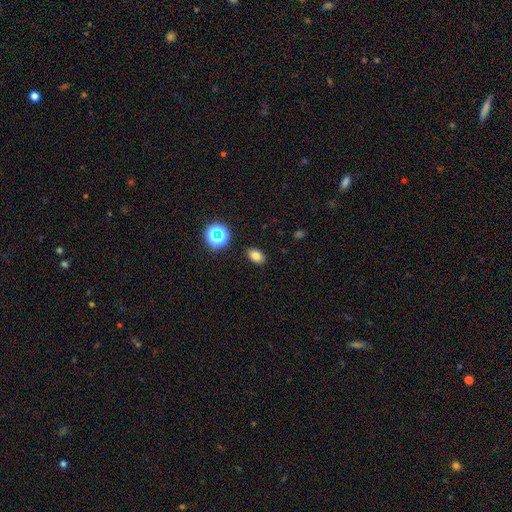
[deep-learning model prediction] Morphology: type=smooth (77%); roundness=in between (83%); merging=none (88%).